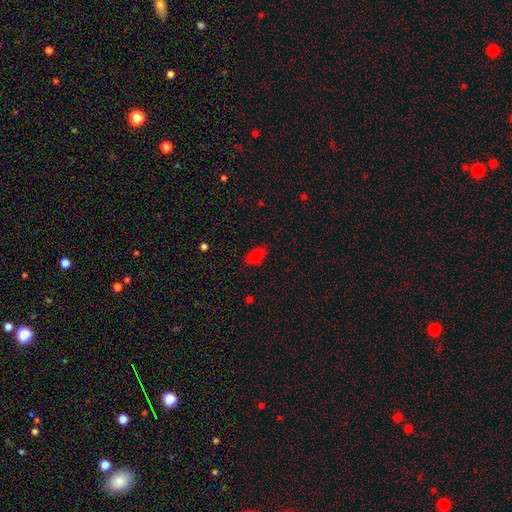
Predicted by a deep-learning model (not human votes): Smooth or featured? smooth (82%)
How rounded? in between (89%)
Merging? none (82%)